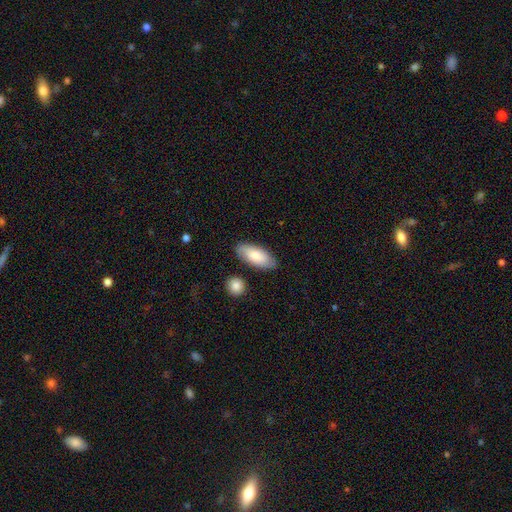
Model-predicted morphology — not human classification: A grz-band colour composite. It shows a smooth galaxy with no disk features (77%) that is in between round and cigar-shaped (87%). Merging: none (82%).